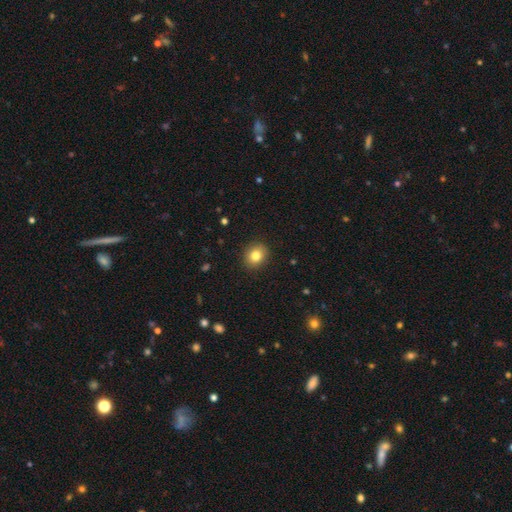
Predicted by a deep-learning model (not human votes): A smooth galaxy with no disk features (82%) that is round (68%).

Vote fractions:
- Smooth or featured? smooth: 82% / star or artifact: 10% / featured or disk: 8%
- How rounded? round: 68% / in between: 31% / cigar-shaped: 1%
- Merging? none: 90% / minor disturbance: 7% / major disturbance: 2% / merger: 1%